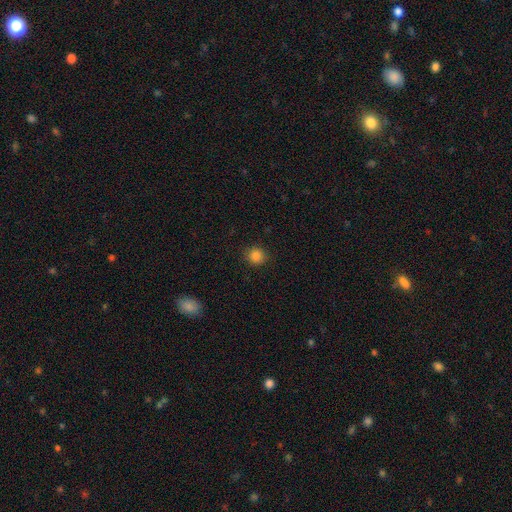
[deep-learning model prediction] Smooth or featured?
  - smooth: 84% *
  - star or artifact: 12%
  - featured or disk: 3%
How rounded?
  - round: 91% *
  - in between: 8%
  - cigar-shaped: 1%
Merging?
  - none: 90% *
  - minor disturbance: 7%
  - major disturbance: 2%
  - merger: 1%